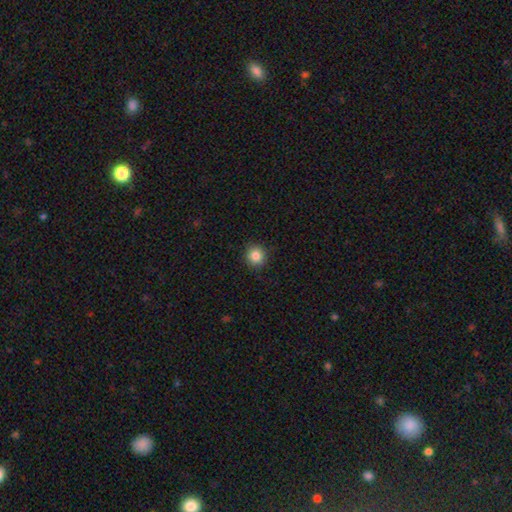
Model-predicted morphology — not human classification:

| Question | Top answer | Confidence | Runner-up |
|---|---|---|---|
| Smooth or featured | smooth | 84% | star or artifact (11%) |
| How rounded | round | 91% | in between (8%) |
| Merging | none | 91% | minor disturbance (6%) |